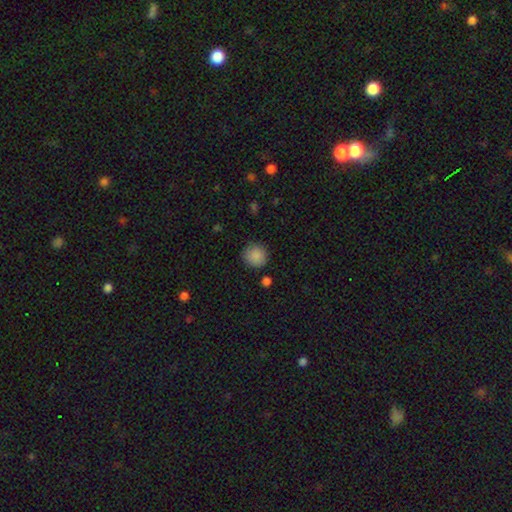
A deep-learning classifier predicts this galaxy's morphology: Smooth or featured? smooth (88%)
How rounded? round (92%)
Merging? none (85%)